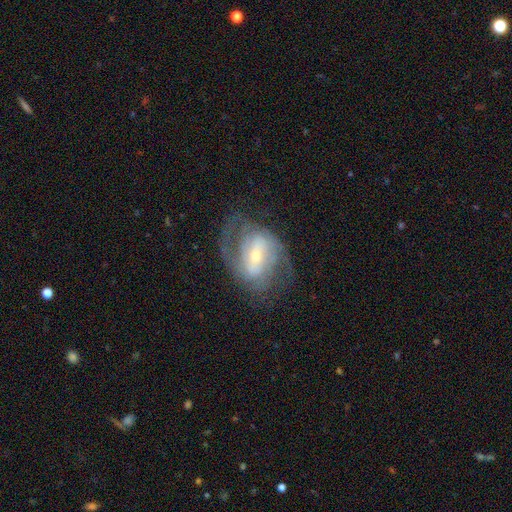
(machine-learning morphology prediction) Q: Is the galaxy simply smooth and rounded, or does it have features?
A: featured or disk — 83%.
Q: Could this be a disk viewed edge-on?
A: no — 96%.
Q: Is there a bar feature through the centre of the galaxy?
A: weak — 42%.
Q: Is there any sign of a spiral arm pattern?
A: yes — 90%.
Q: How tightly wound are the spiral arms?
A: medium — 48%.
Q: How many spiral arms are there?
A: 2 — 68%.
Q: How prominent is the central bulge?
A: small — 49%.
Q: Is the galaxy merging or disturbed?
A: none — 65%.